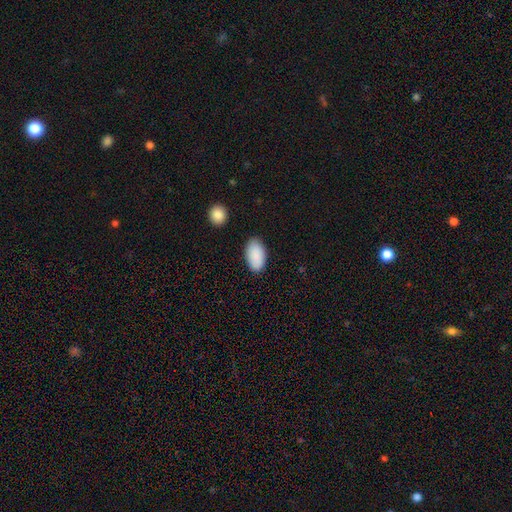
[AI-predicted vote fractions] Overall: smooth (90%). How rounded: in between (95%). Merging: none (84%).